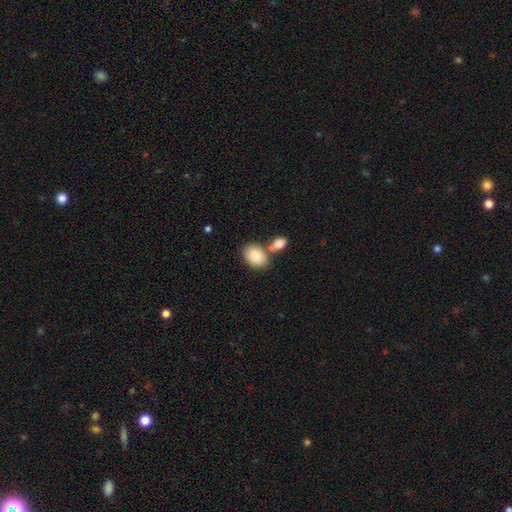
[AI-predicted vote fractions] This appears to be a smooth galaxy with no disk features (83%) that is in between round and cigar-shaped (75%). Merging: none (54%).